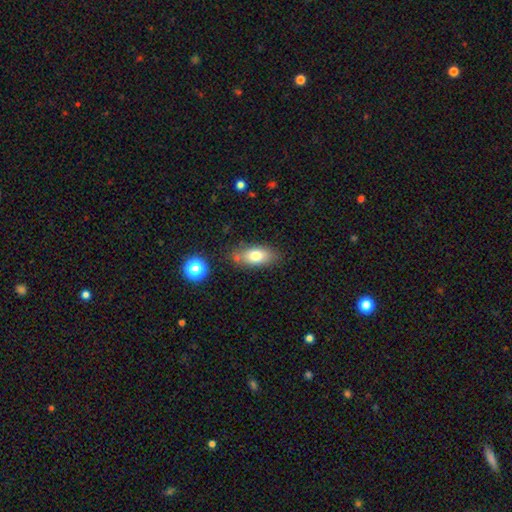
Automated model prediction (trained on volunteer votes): Smooth or featured? Predicted: smooth (p=0.76). How rounded? Predicted: in between (p=0.85). Merging? Predicted: none (p=0.73).